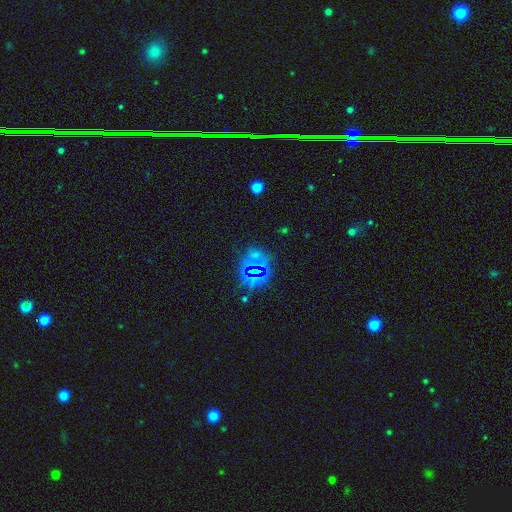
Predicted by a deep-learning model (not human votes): This is likely a star or artifact rather than a galaxy (65%).